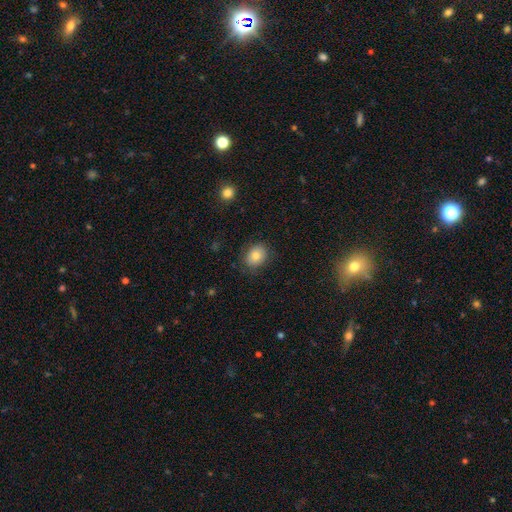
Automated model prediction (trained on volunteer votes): smooth 81%, featured or disk 10%, star or artifact 9%. Down the decision tree: how rounded — round (51%); merging — none (83%).